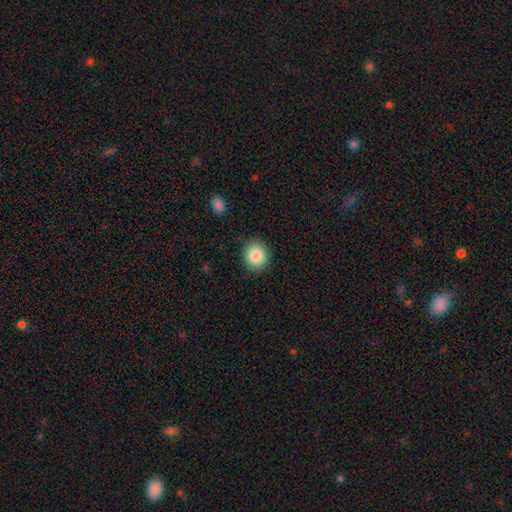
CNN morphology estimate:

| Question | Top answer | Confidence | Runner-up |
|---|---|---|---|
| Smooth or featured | smooth | 86% | star or artifact (8%) |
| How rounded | round | 81% | in between (18%) |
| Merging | none | 88% | minor disturbance (9%) |